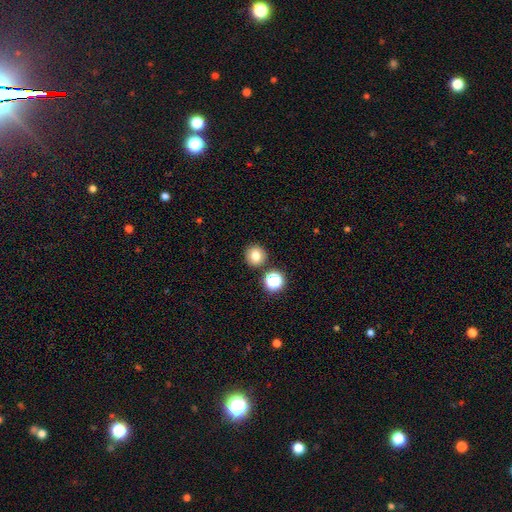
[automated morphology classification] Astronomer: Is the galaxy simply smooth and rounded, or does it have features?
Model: smooth — 77%.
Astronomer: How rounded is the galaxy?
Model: round — 93%.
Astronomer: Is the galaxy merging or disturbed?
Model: none — 85%.